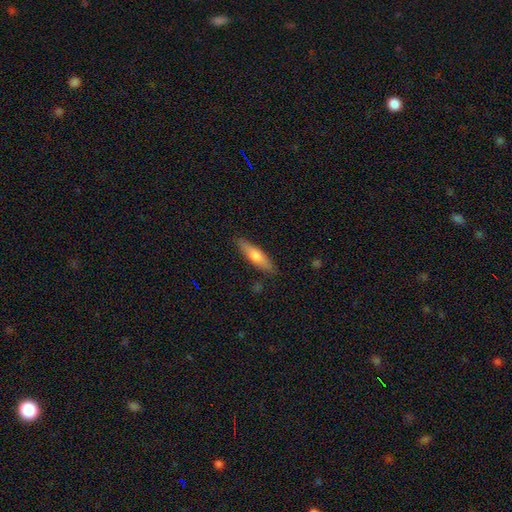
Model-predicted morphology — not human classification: This is likely a smooth galaxy (62%). How rounded: likely cigar-shaped (71%). Merging: clearly none (87%).